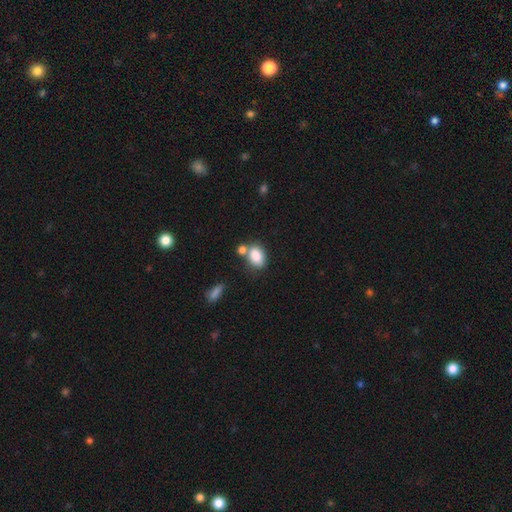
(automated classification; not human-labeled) The model was most divided on "merging": none: 54%, merger: 28%, minor disturbance: 14%, major disturbance: 5%. More confident: smooth or featured — smooth (85%); how rounded — in between (83%).